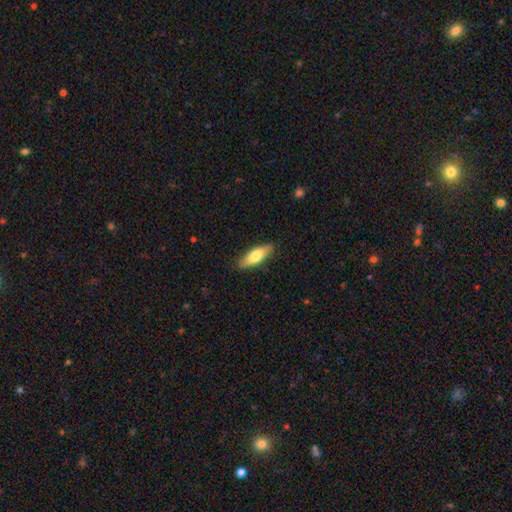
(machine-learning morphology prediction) smooth 70%, featured or disk 24%, star or artifact 5%. Down the decision tree: how rounded — in between (58%); merging — none (87%).